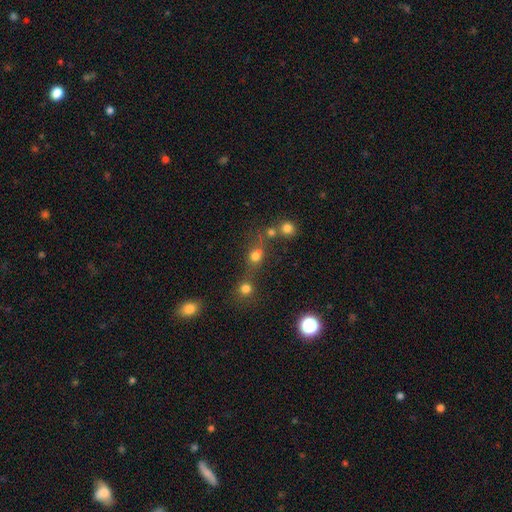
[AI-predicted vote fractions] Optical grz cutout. It shows a smooth galaxy with no disk features (66%) that is round (63%). Merging: none (43%).